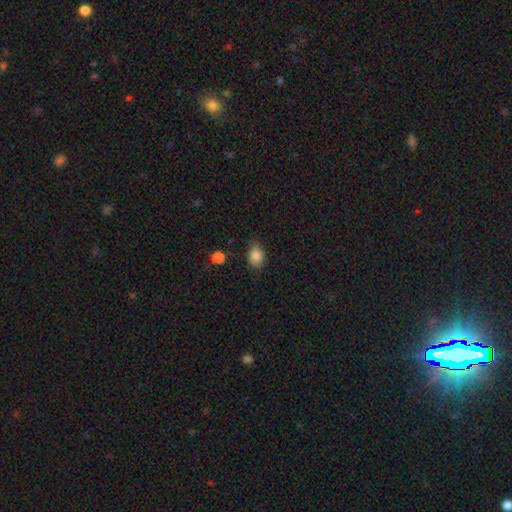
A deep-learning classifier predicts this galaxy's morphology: smooth_or_featured: smooth (p=0.85) [alt: star or artifact p=0.10]
how_rounded: in between (p=0.61) [alt: round p=0.37]
merging: none (p=0.69) [alt: minor disturbance p=0.24]